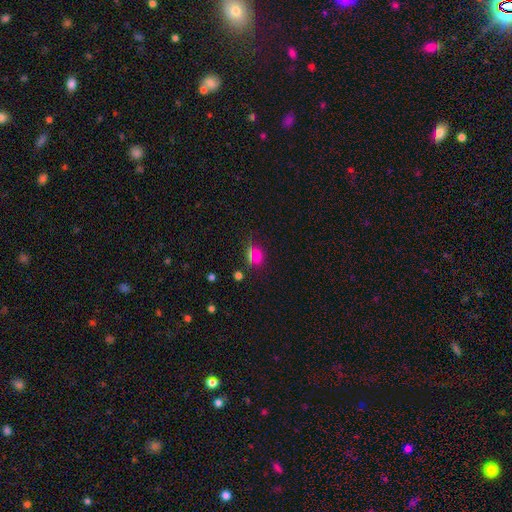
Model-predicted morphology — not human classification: Smooth or featured: smooth — 61% (star or artifact — 29%)
How rounded: round — 66% (in between — 30%)
Merging: none — 75% (minor disturbance — 13%)